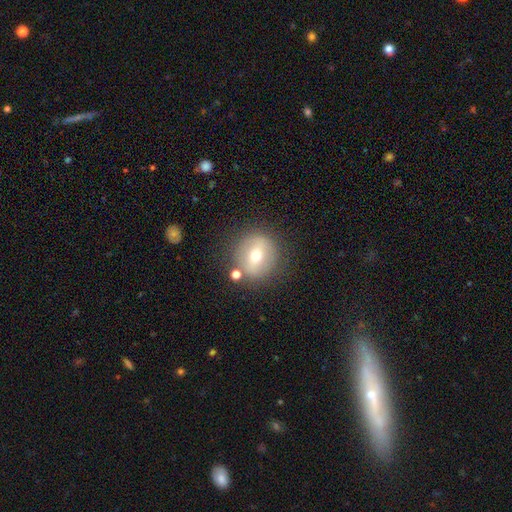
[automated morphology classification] The model was most divided on "smooth or featured": smooth: 49%, featured or disk: 41%, star or artifact: 10%. More confident: merging — none (81%).